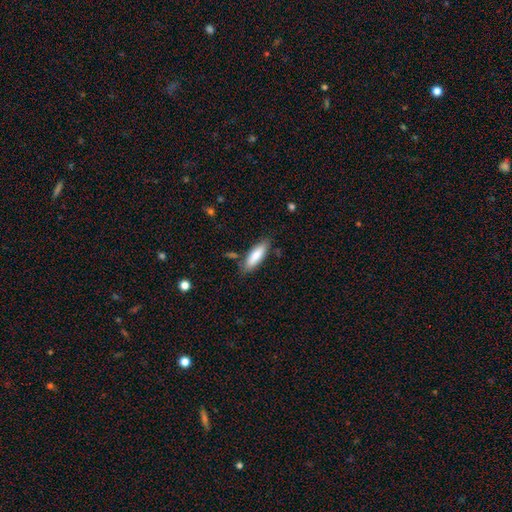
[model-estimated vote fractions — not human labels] Smooth or featured?
  - smooth: 82% *
  - featured or disk: 12%
  - star or artifact: 6%
How rounded?
  - in between: 55% *
  - cigar-shaped: 43%
  - round: 1%
Merging?
  - none: 80% *
  - minor disturbance: 13%
  - merger: 3%
  - major disturbance: 3%